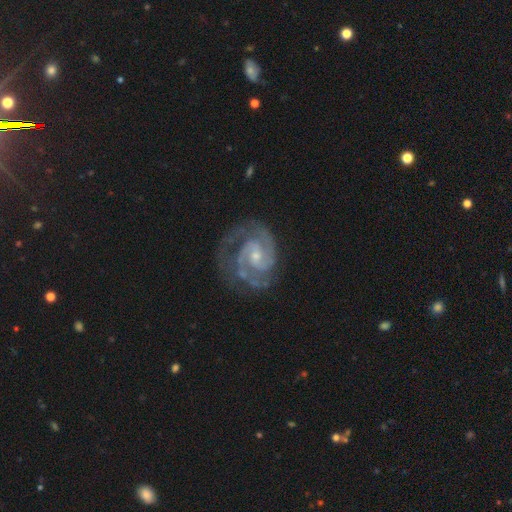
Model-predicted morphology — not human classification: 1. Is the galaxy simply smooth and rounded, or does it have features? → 92% featured or disk, 4% star or artifact, 3% smooth.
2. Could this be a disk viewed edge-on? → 98% no, 2% yes.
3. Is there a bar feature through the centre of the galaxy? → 44% weak (tied), 44% no (tied), 12% strong.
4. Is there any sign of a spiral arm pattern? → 98% yes, 2% no.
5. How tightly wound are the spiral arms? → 50% tight, 44% medium, 5% loose.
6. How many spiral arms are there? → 77% 2, 12% 3, 5% can't tell, 2% 1, 2% 4, 2% more than 4.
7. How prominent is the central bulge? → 71% small, 24% moderate, 4% none, 1% large, 1% dominant.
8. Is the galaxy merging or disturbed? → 73% none, 17% minor disturbance, 9% major disturbance, 2% merger.